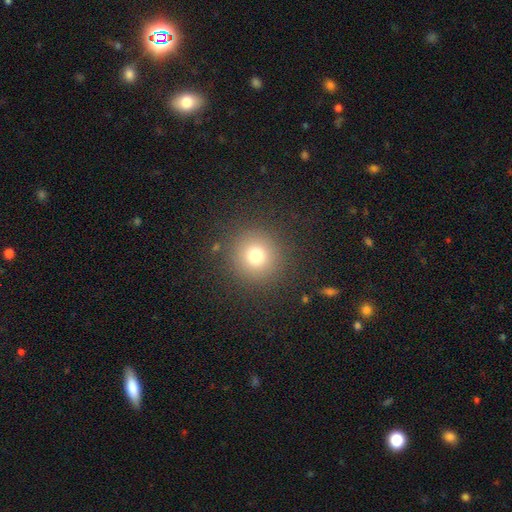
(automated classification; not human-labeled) A smooth galaxy with no disk features (75%) that is round (95%).

Vote fractions:
- Smooth or featured? smooth: 75% / star or artifact: 16% / featured or disk: 9%
- How rounded? round: 95% / in between: 4% / cigar-shaped: 1%
- Merging? none: 89% / minor disturbance: 6% / major disturbance: 4% / merger: 1%